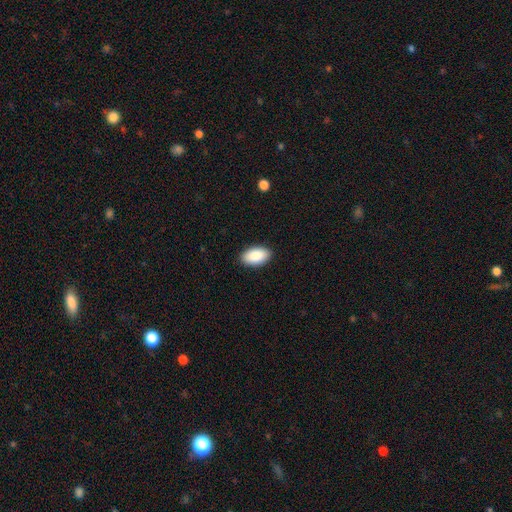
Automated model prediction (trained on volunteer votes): The model was most divided on "merging": none: 90%, minor disturbance: 8%, major disturbance: 2%, merger: 1%. More confident: how rounded — in between (95%); smooth or featured — smooth (90%).